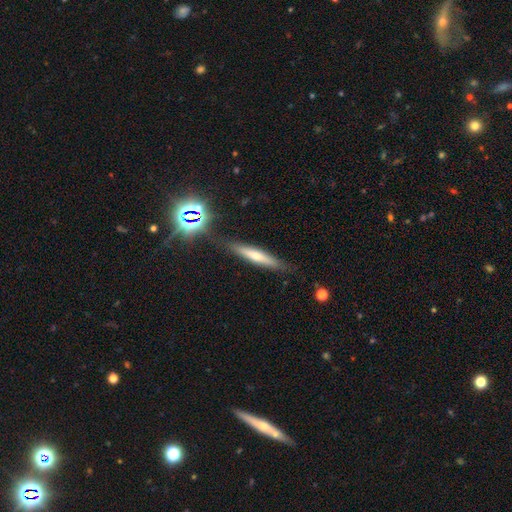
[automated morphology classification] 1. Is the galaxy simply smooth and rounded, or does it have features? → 45% featured or disk, 40% smooth, 16% star or artifact.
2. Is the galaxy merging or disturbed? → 84% none, 10% minor disturbance, 3% major disturbance, 2% merger.